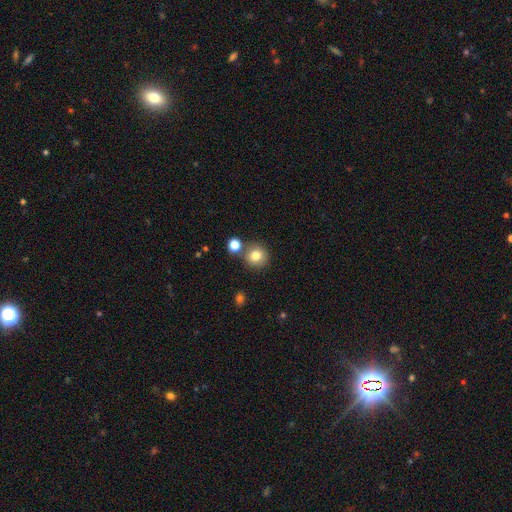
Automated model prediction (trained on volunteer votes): Smooth or featured: smooth — 80% (star or artifact — 12%)
How rounded: round — 92% (in between — 7%)
Merging: none — 77% (merger — 12%)